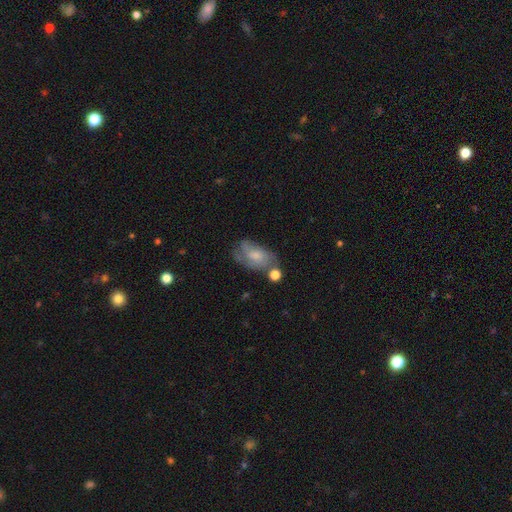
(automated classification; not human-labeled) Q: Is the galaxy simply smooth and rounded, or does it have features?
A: featured or disk — 49%.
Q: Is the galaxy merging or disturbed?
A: none — 48%.